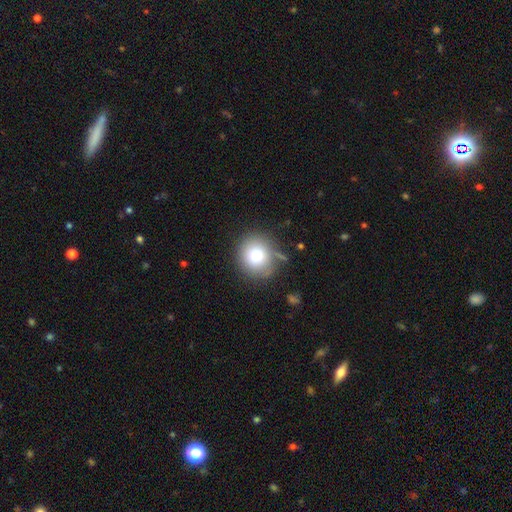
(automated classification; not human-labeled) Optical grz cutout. It shows a smooth galaxy with no disk features (75%) that is round (91%). Merging: none (78%).